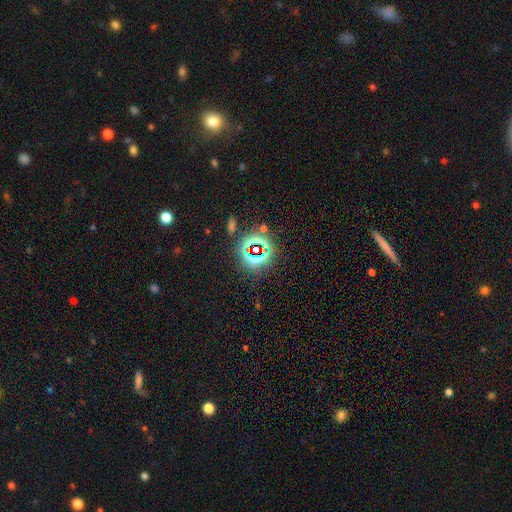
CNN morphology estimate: A star or artifact, not a galaxy (72%).

Vote fractions:
- Smooth or featured? star or artifact: 72% / smooth: 19% / featured or disk: 9%